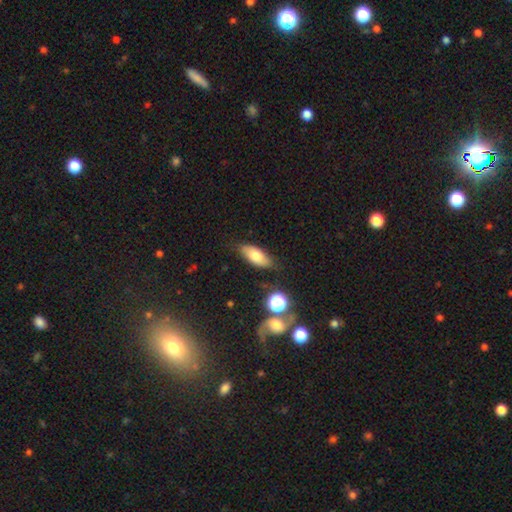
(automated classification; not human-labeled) The model was most divided on "smooth or featured": smooth: 72%, featured or disk: 19%, star or artifact: 8%. More confident: how rounded — in between (80%); merging — none (78%).